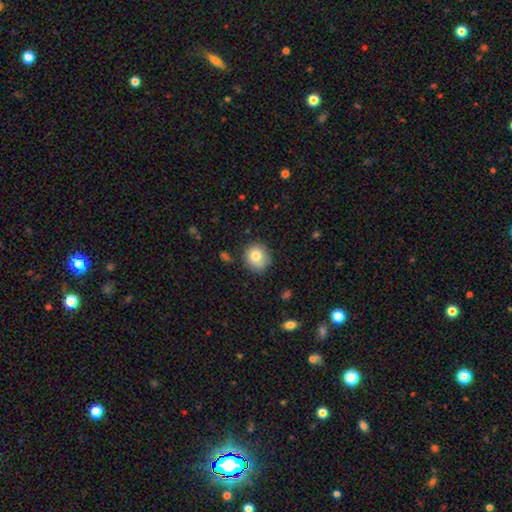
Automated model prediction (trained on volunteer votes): smooth 80%, featured or disk 10%, star or artifact 10%. Down the decision tree: how rounded — round (83%); merging — none (80%).